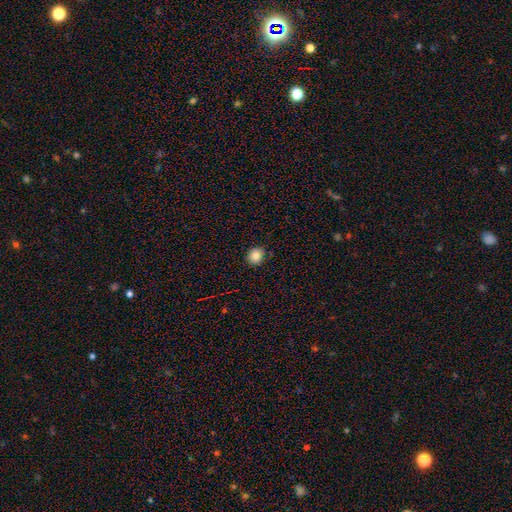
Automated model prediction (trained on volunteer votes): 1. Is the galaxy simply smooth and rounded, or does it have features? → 83% smooth, 11% star or artifact, 6% featured or disk.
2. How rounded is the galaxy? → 80% round, 19% in between, 1% cigar-shaped.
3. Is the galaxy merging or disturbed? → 88% none, 9% minor disturbance, 2% major disturbance, 1% merger.